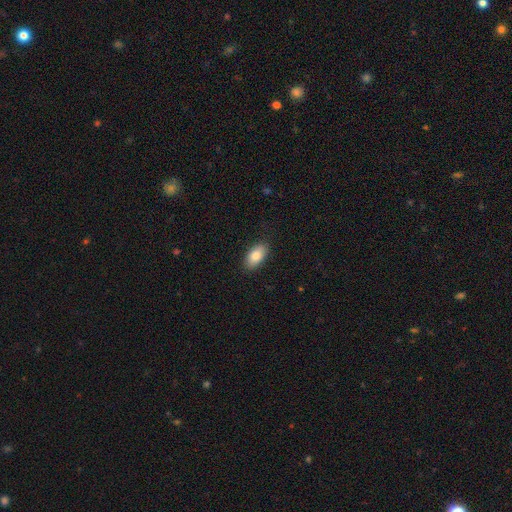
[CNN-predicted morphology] Smooth or featured: smooth — 82% (featured or disk — 11%)
How rounded: in between — 93% (round — 4%)
Merging: none — 88% (minor disturbance — 9%)